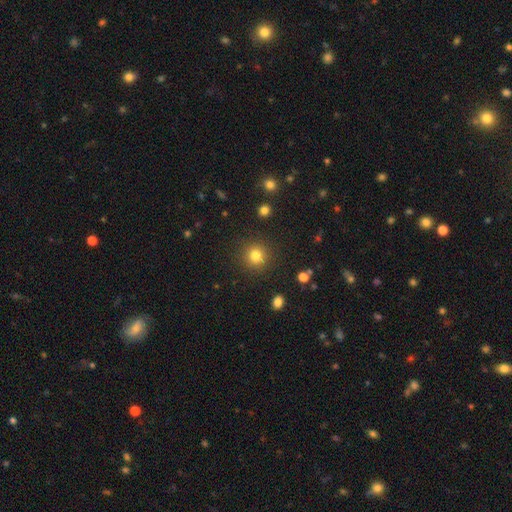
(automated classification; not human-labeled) smooth-or-featured: smooth: 82% | star or artifact: 13% | featured or disk: 6%
  how-rounded: round: 92% | in between: 7% | cigar-shaped: 1%
  merging: none: 89% | minor disturbance: 6% | major disturbance: 3% | merger: 2%